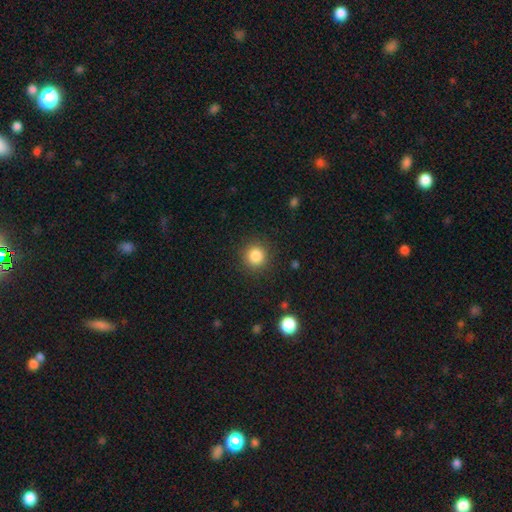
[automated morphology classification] Q: Smooth or featured?
A: smooth (85%); runner-up: star or artifact (11%)
Q: How rounded?
A: round (93%); runner-up: in between (6%)
Q: Merging?
A: none (90%); runner-up: minor disturbance (6%)